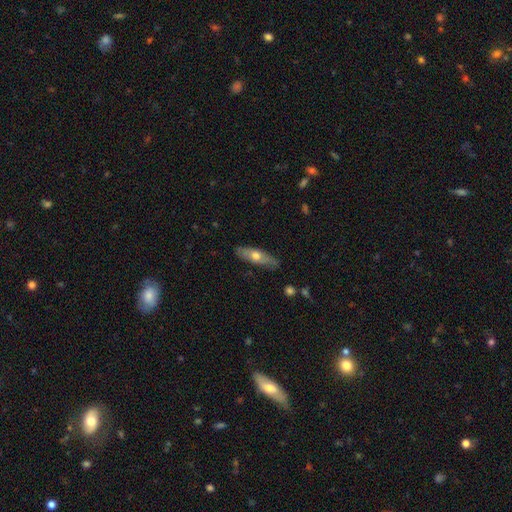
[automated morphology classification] The model was most divided on "smooth or featured": smooth: 50%, featured or disk: 44%, star or artifact: 6%. More confident: merging — none (83%).